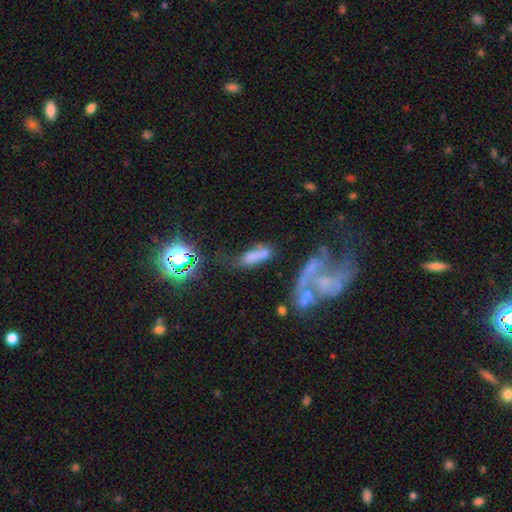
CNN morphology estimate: Q: Smooth or featured?
A: smooth (59%); runner-up: featured or disk (26%)
Q: How rounded?
A: in between (53%); runner-up: cigar-shaped (42%)
Q: Merging?
A: none (32%); runner-up: major disturbance (24%)